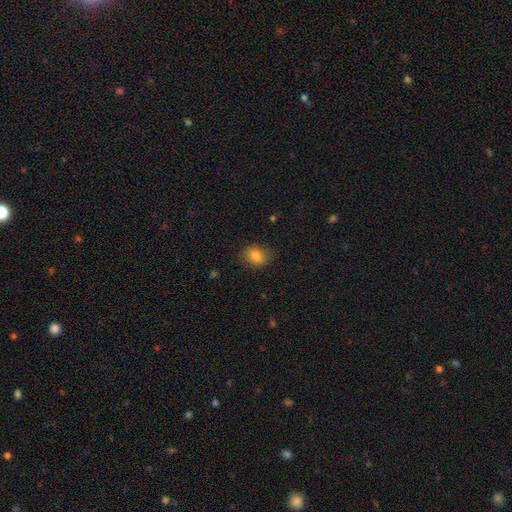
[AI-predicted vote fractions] A smooth galaxy with no disk features (82%) that is in between round and cigar-shaped (52%).

Vote fractions:
- Smooth or featured? smooth: 82% / star or artifact: 10% / featured or disk: 8%
- How rounded? in between: 52% / round: 47% / cigar-shaped: 1%
- Merging? none: 83% / minor disturbance: 12% / major disturbance: 3% / merger: 1%